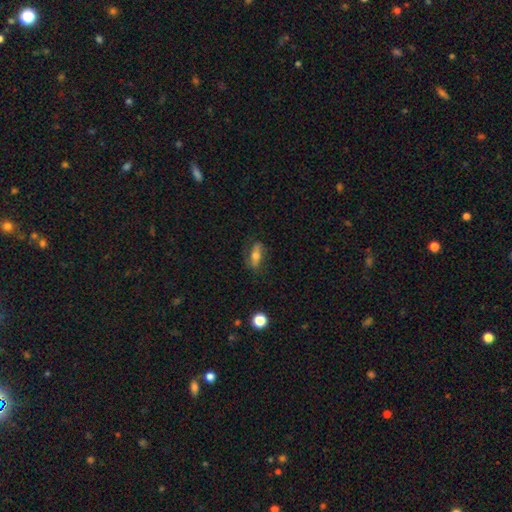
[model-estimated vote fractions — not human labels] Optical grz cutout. It shows a smooth galaxy with no disk features (59%) that is in between round and cigar-shaped (63%). Merging: none (74%).